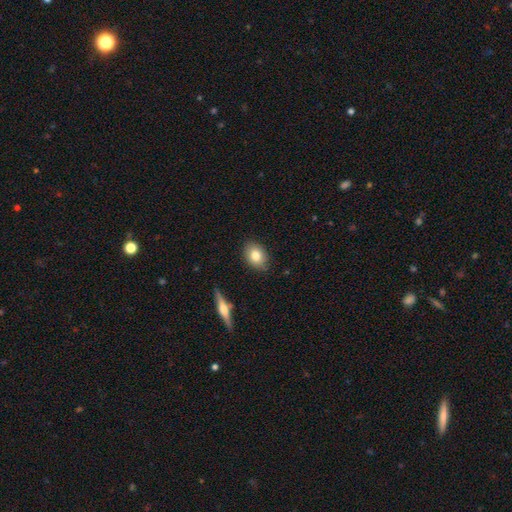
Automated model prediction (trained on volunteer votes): The model was most divided on "how rounded": in between: 68%, round: 31%, cigar-shaped: 2%. More confident: merging — none (85%); smooth or featured — smooth (79%).